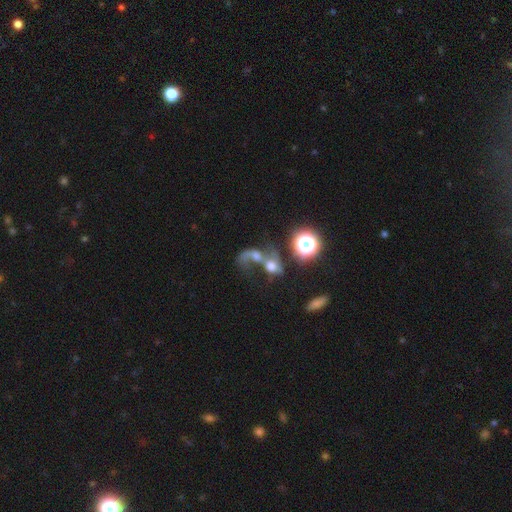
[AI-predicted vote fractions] Smooth or featured?
  - featured or disk: 50% *
  - smooth: 29%
  - star or artifact: 21%
Edge-on disk?
  - no: 95% *
  - yes: 5%
Merging?
  - merger: 66% *
  - major disturbance: 14%
  - none: 14%
  - minor disturbance: 6%